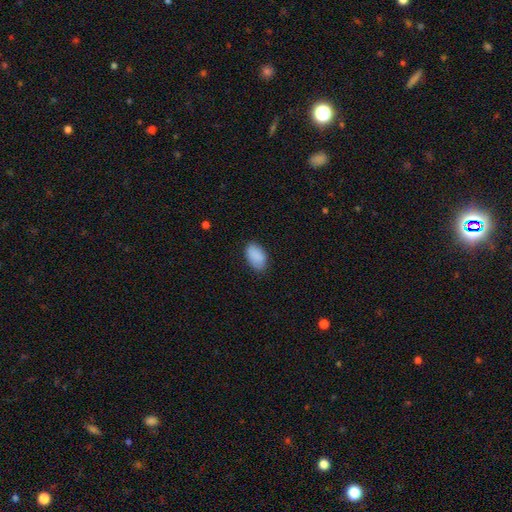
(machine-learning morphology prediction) Smooth or featured: smooth — 89% (star or artifact — 7%)
How rounded: in between — 93% (round — 5%)
Merging: none — 80% (minor disturbance — 16%)